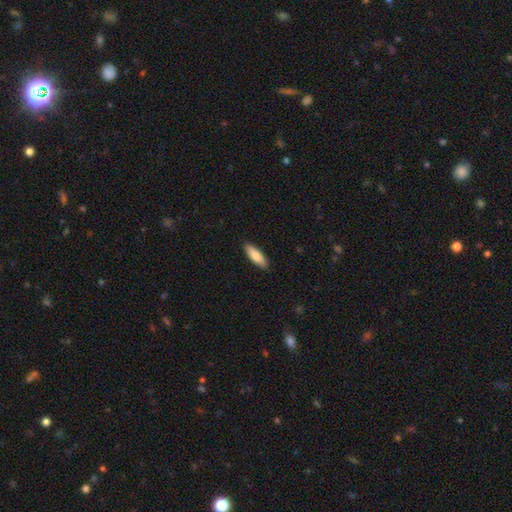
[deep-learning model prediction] smooth_or_featured: smooth (p=0.84) [alt: featured or disk p=0.10]
how_rounded: in between (p=0.51) [alt: cigar-shaped p=0.48]
merging: none (p=0.88) [alt: minor disturbance p=0.10]